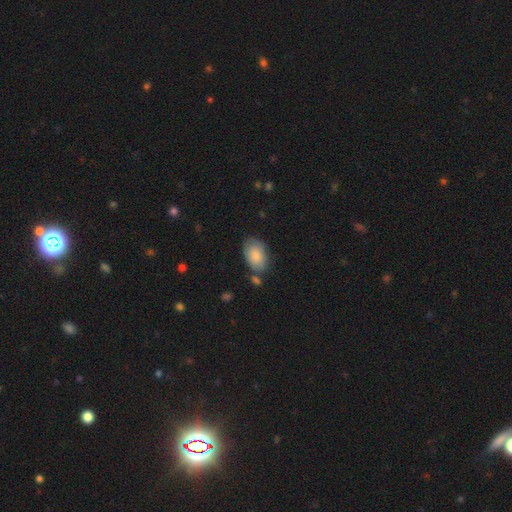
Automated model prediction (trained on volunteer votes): Q: Smooth or featured?
A: smooth (85%); runner-up: featured or disk (9%)
Q: How rounded?
A: in between (91%); runner-up: round (8%)
Q: Merging?
A: none (66%); runner-up: minor disturbance (21%)